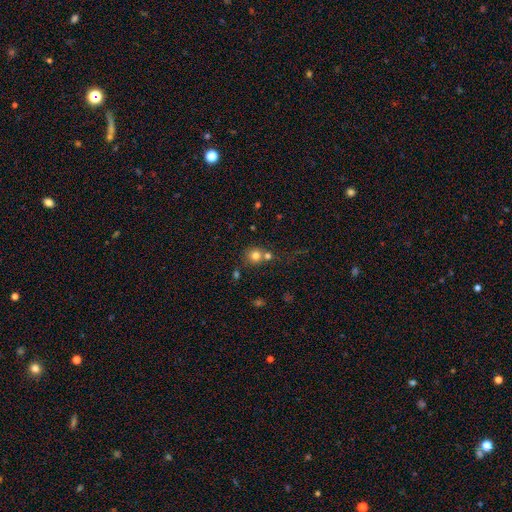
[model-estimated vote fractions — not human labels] Overall: smooth (77%). How rounded: round (88%). Merging: none (52%; merger 37%).